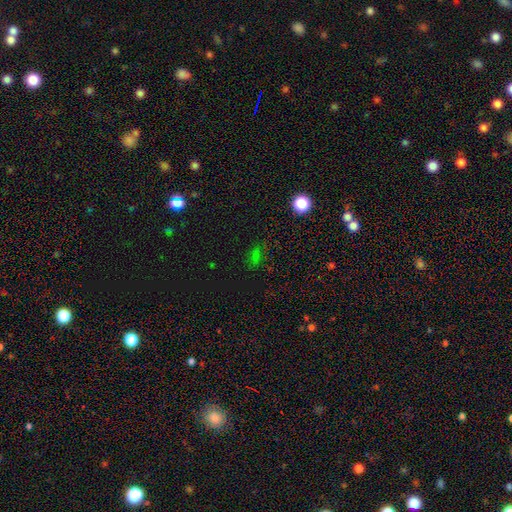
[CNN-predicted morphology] Smooth or featured? smooth (46%)
Merging? none (78%)